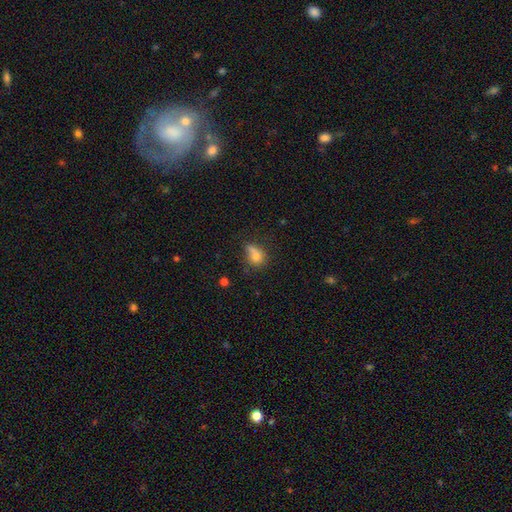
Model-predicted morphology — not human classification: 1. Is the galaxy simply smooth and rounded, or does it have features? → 73% smooth, 15% featured or disk, 12% star or artifact.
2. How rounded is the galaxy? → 49% round, 48% in between, 3% cigar-shaped.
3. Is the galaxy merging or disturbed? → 40% none, 26% minor disturbance, 17% major disturbance, 16% merger.